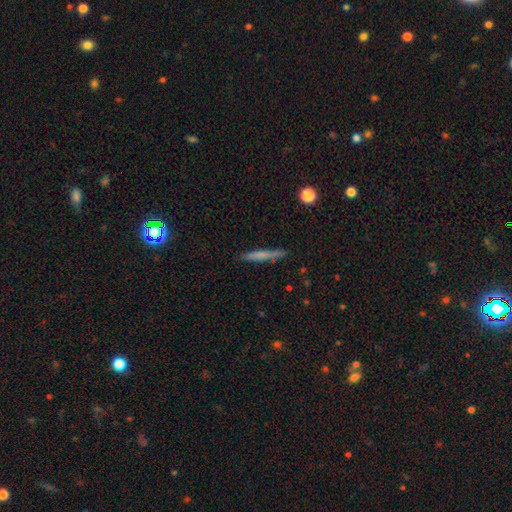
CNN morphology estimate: smooth-or-featured: smooth: 58% | featured or disk: 33% | star or artifact: 9%
  how-rounded: cigar-shaped: 95% | in between: 3% | round: 2%
  merging: none: 89% | minor disturbance: 8% | major disturbance: 2% | merger: 1%